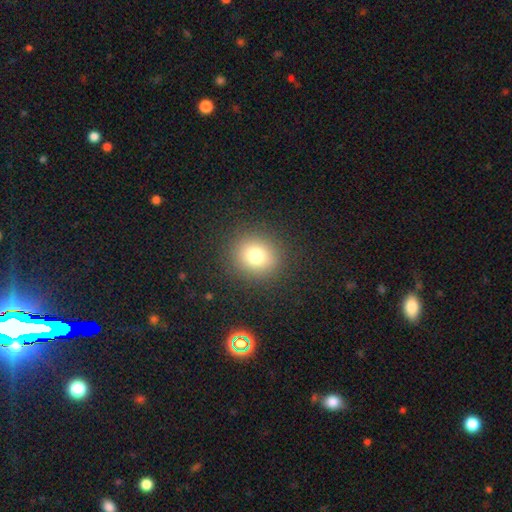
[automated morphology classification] Smooth or featured? Predicted: smooth (p=0.76). How rounded? Predicted: round (p=0.85). Merging? Predicted: none (p=0.89).